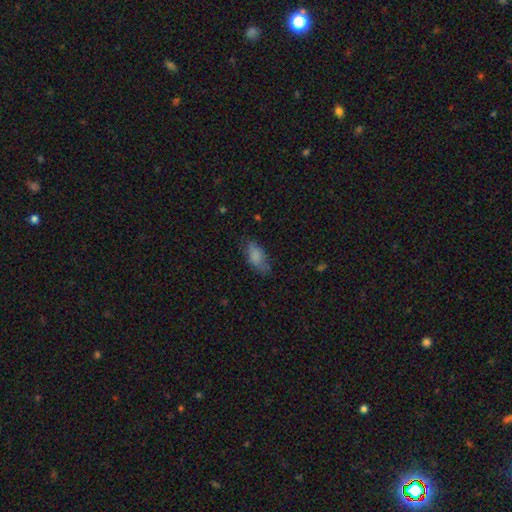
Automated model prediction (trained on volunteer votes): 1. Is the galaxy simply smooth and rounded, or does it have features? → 80% smooth, 11% featured or disk, 8% star or artifact.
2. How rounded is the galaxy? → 86% in between, 11% cigar-shaped, 3% round.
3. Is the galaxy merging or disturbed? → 65% none, 25% minor disturbance, 8% major disturbance, 2% merger.